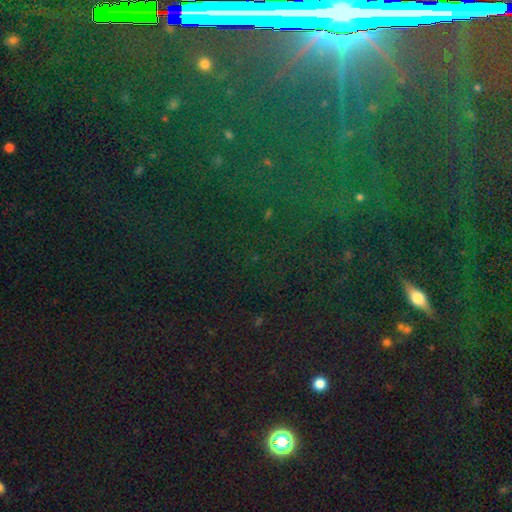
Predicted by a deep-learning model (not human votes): Smooth or featured? star or artifact (80%)